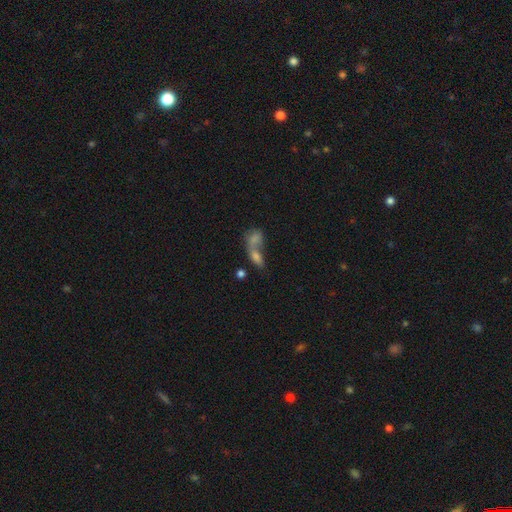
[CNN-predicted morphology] Q: Smooth or featured?
A: smooth (68%); runner-up: featured or disk (19%)
Q: How rounded?
A: in between (74%); runner-up: round (15%)
Q: Merging?
A: merger (67%); runner-up: none (19%)